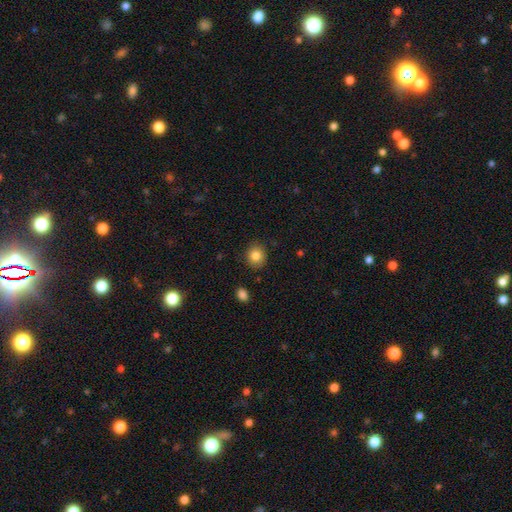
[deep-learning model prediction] smooth-or-featured: smooth: 84% | star or artifact: 10% | featured or disk: 6%
  how-rounded: round: 78% | in between: 21% | cigar-shaped: 1%
  merging: none: 87% | minor disturbance: 9% | major disturbance: 2% | merger: 2%